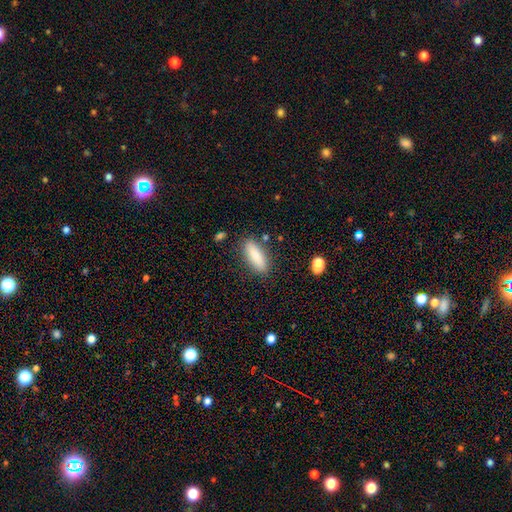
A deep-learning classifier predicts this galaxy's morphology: Smooth or featured? smooth (84%)
How rounded? in between (56%)
Merging? none (83%)